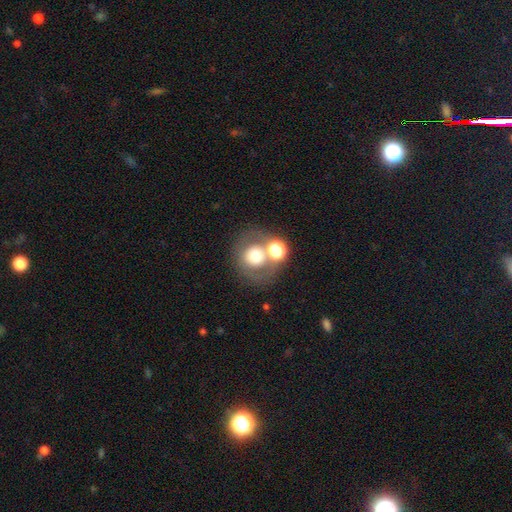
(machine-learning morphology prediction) Smooth or featured?
  - smooth: 59% *
  - featured or disk: 27%
  - star or artifact: 14%
How rounded?
  - round: 81% *
  - in between: 18%
  - cigar-shaped: 1%
Merging?
  - none: 56% *
  - merger: 26%
  - minor disturbance: 11%
  - major disturbance: 7%